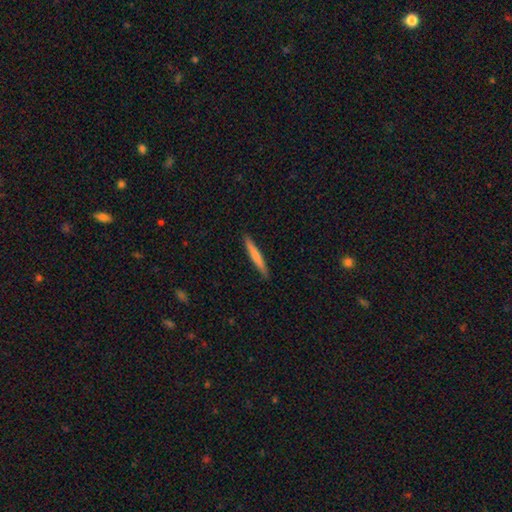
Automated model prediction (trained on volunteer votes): A smooth galaxy with no disk features (70%) that is cigar-shaped (96%). Merging: none (91%).